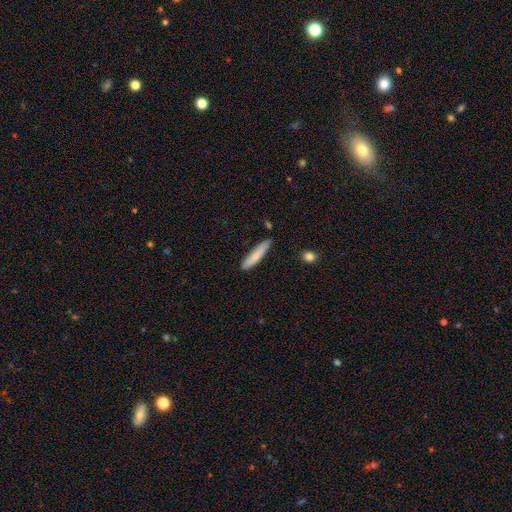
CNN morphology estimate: The model was most divided on "smooth or featured": smooth: 77%, featured or disk: 17%, star or artifact: 6%. More confident: how rounded — cigar-shaped (88%); merging — none (84%).